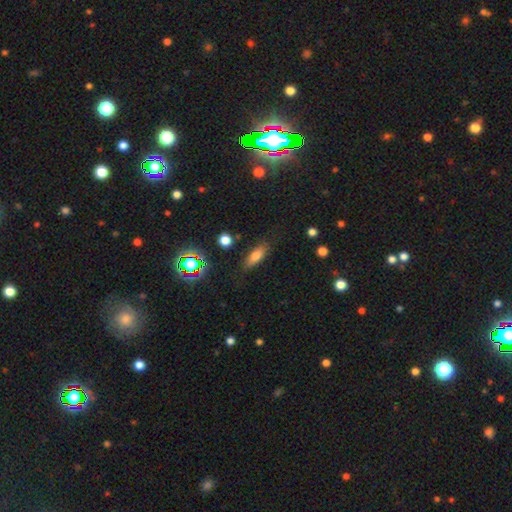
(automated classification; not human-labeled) Q: Smooth or featured?
A: smooth (71%); runner-up: featured or disk (15%)
Q: How rounded?
A: in between (67%); runner-up: cigar-shaped (27%)
Q: Merging?
A: none (77%); runner-up: minor disturbance (16%)